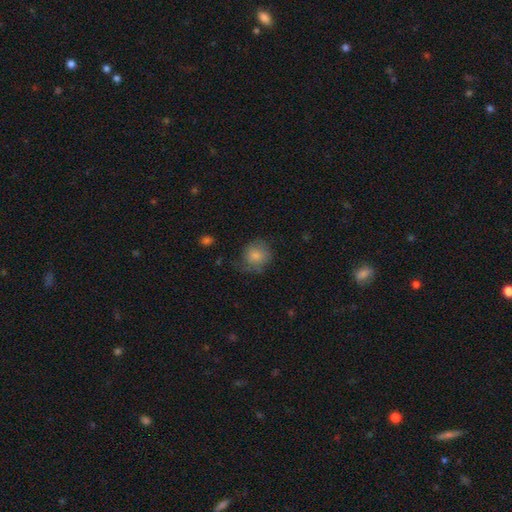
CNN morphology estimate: Smooth or featured?
  - smooth: 79% *
  - featured or disk: 13%
  - star or artifact: 8%
How rounded?
  - round: 78% *
  - in between: 21%
  - cigar-shaped: 1%
Merging?
  - none: 60% *
  - minor disturbance: 27%
  - major disturbance: 12%
  - merger: 2%